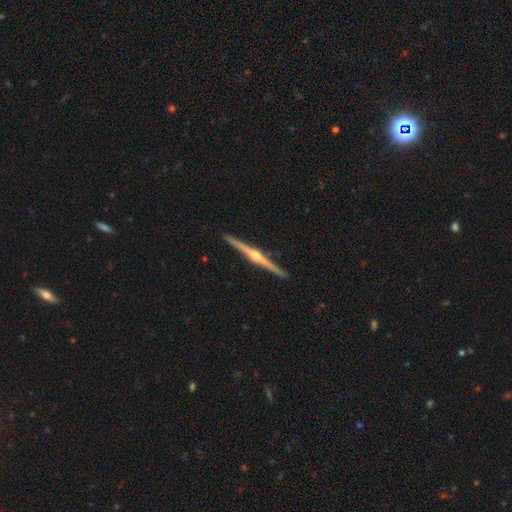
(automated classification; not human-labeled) Smooth or featured? Predicted: featured or disk (p=0.89). Edge-on disk? Predicted: yes (p=0.99). Edge-on bulge? Predicted: rounded (p=0.95). Merging? Predicted: none (p=0.93).